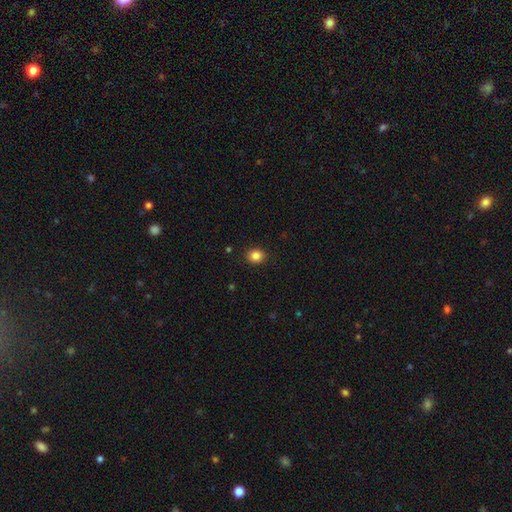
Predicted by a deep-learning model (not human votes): Smooth or featured? smooth (84%)
How rounded? round (70%)
Merging? none (90%)